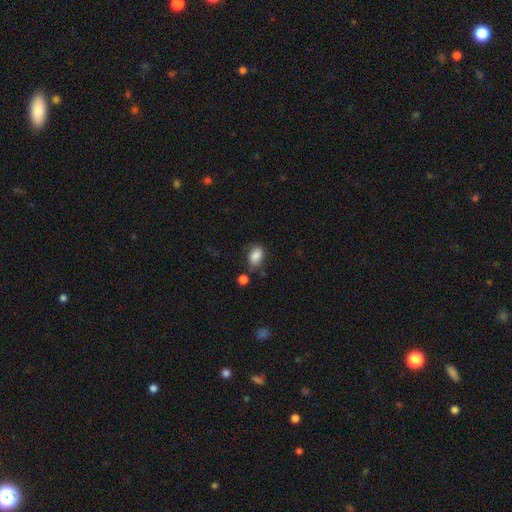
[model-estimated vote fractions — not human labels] Smooth or featured? Predicted: smooth (p=0.85). How rounded? Predicted: in between (p=0.83). Merging? Predicted: none (p=0.63).